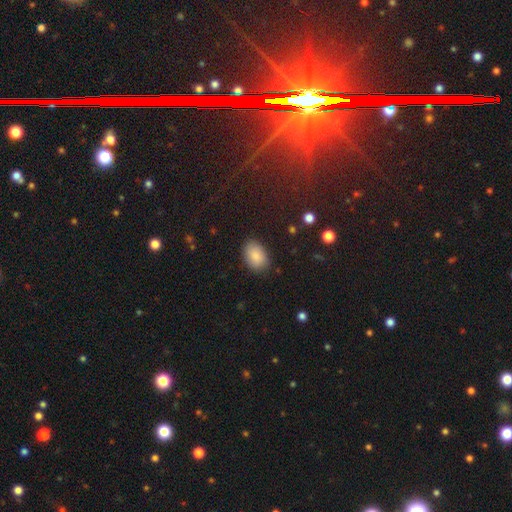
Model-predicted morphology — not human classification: Q: Smooth or featured?
A: smooth (86%); runner-up: star or artifact (7%)
Q: How rounded?
A: in between (85%); runner-up: round (13%)
Q: Merging?
A: none (83%); runner-up: minor disturbance (13%)